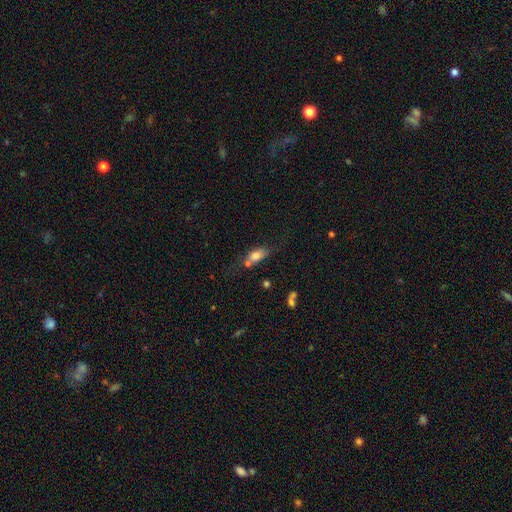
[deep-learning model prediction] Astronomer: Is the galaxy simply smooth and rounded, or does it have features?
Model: smooth — 73%.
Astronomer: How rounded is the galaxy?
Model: in between — 76%.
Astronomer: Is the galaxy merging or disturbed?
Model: none — 45% (runner-up: minor disturbance, 23%).